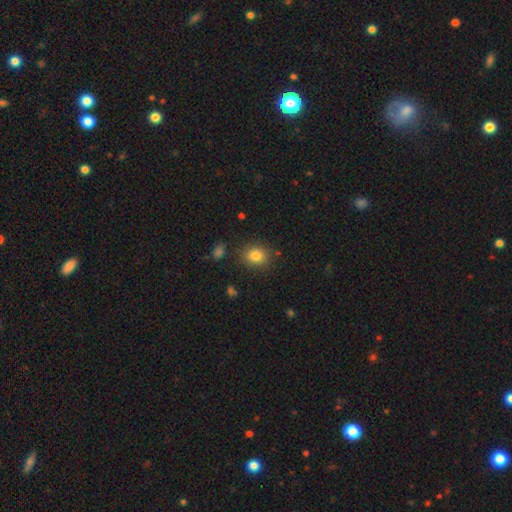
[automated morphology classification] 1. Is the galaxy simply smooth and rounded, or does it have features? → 82% smooth, 11% star or artifact, 7% featured or disk.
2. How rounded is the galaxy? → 64% round, 35% in between, 1% cigar-shaped.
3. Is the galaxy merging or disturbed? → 85% none, 10% minor disturbance, 3% major disturbance, 2% merger.